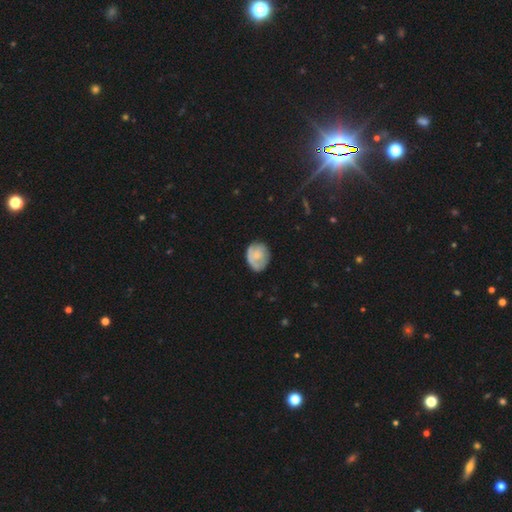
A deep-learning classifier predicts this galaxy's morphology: A smooth galaxy with no disk features (58%) that is round (59%).

Vote fractions:
- Smooth or featured? smooth: 58% / featured or disk: 35% / star or artifact: 7%
- How rounded? round: 59% / in between: 40% / cigar-shaped: 1%
- Merging? none: 63% / minor disturbance: 27% / major disturbance: 9% / merger: 2%